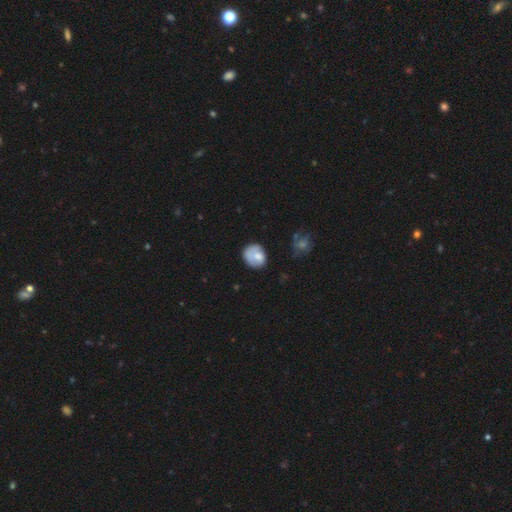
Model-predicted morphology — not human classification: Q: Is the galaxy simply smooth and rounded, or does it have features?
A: smooth — 69%.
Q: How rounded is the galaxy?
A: round — 65%.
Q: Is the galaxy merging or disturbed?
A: none — 51%.